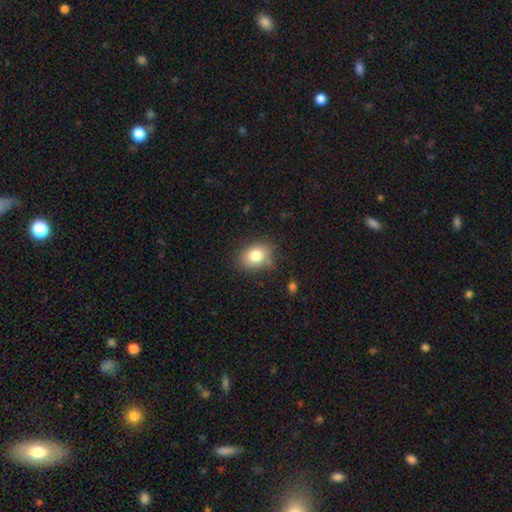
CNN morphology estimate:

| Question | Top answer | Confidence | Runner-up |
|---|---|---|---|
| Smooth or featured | smooth | 82% | star or artifact (9%) |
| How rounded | in between | 59% | round (40%) |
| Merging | none | 79% | minor disturbance (15%) |